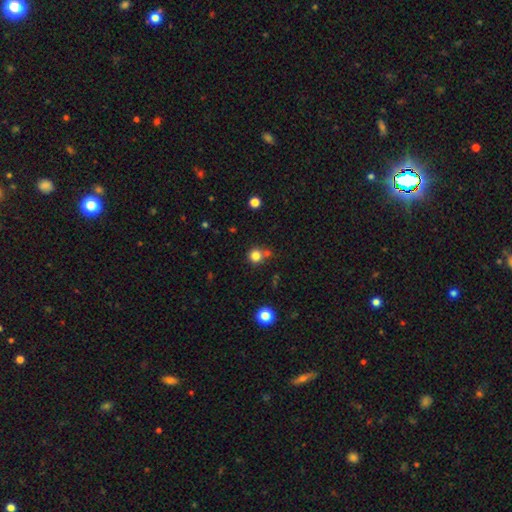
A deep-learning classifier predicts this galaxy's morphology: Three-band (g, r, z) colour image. It shows a smooth galaxy with no disk features (81%) that is round (93%). Merging: none (70%).